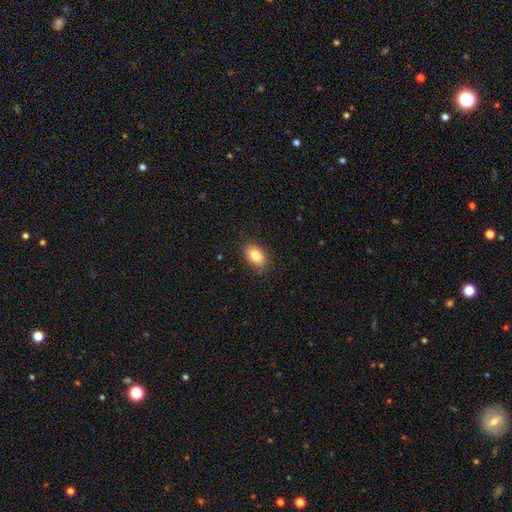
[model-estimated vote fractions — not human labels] Smooth or featured? smooth (84%)
How rounded? in between (88%)
Merging? none (86%)